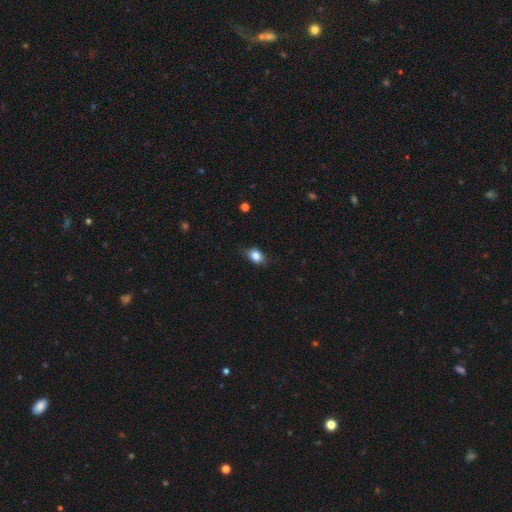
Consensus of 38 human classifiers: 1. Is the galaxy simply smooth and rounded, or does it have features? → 84% smooth, 8% featured or disk, 8% star or artifact.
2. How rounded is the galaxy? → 75% in between, 25% round, 0% cigar-shaped.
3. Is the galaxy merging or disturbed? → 83% none, 11% minor disturbance, 3% major disturbance, 3% merger.